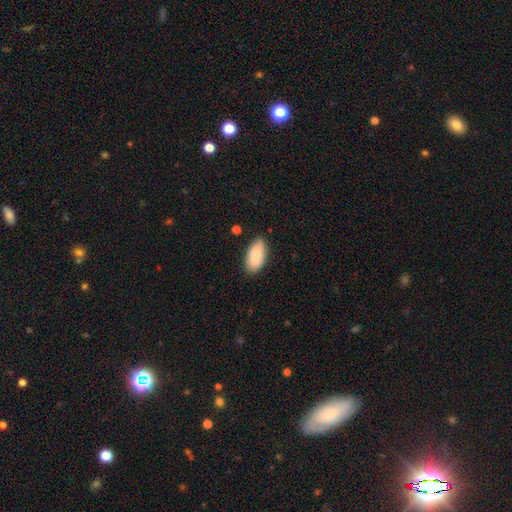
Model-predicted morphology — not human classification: Smooth or featured? Predicted: smooth (p=0.84). How rounded? Predicted: in between (p=0.93). Merging? Predicted: none (p=0.80).